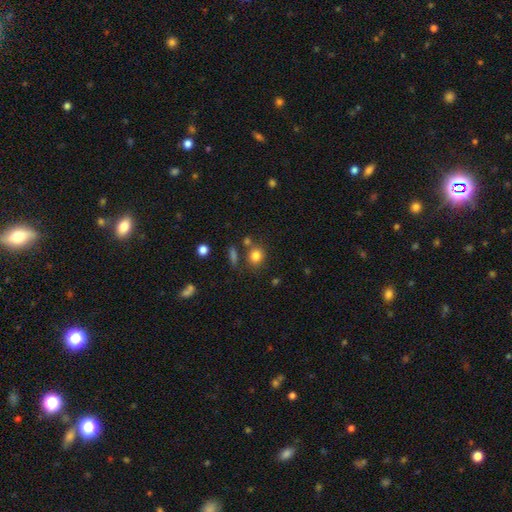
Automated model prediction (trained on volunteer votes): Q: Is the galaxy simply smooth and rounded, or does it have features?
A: smooth — 81%.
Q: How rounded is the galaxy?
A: round — 78%.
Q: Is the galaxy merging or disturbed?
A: none — 73%.